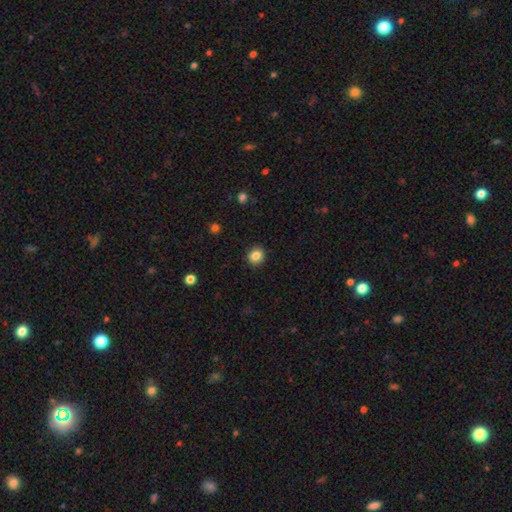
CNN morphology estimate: This is clearly a smooth galaxy (85%). How rounded: likely round (78%). Merging: clearly none (91%).